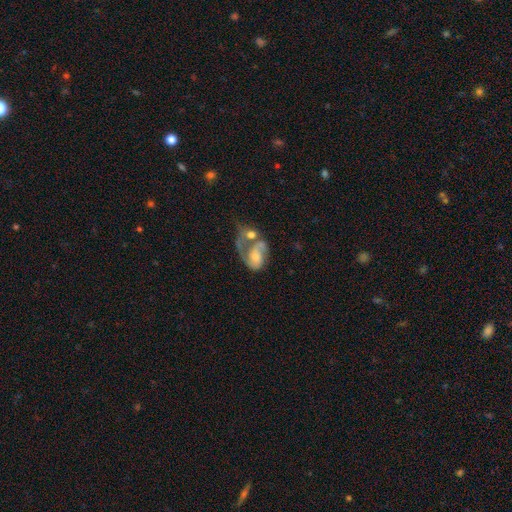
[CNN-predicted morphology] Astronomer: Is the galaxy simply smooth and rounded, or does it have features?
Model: featured or disk — 70%.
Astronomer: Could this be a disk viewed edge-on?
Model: no — 97%.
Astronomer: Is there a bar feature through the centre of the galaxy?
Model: no — 64%.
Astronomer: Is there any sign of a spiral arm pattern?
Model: yes — 84%.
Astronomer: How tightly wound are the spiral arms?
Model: medium — 41%, tied with loose at 41%.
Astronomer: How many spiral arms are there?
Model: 2 — 56% (runner-up: 1, 31%).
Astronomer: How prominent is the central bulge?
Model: small — 42% (runner-up: moderate, 36%).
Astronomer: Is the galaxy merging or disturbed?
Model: merger — 46% (runner-up: major disturbance, 27%).